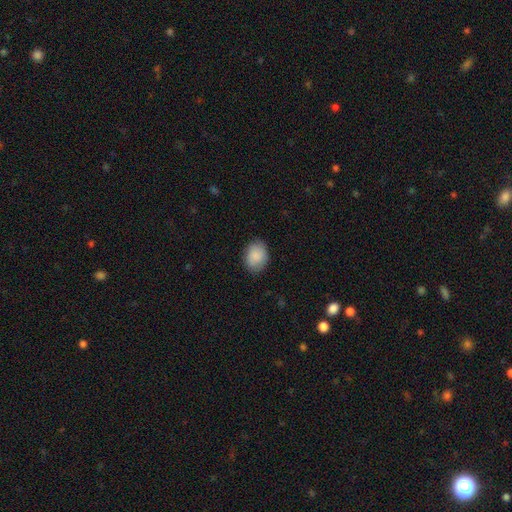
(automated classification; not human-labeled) Overall: smooth (88%). How rounded: in between (65%; round 34%). Merging: none (83%).